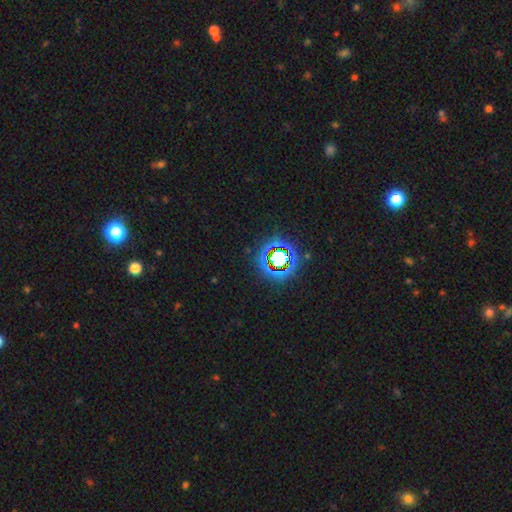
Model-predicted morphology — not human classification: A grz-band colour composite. It shows a star or artifact, not a galaxy (75%).